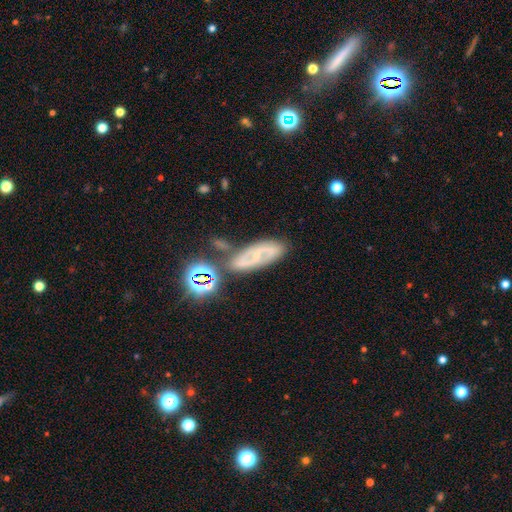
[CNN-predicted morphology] A featured or disk galaxy (58%) with no bar (49%), spiral arms (76%) and a small central bulge (63%). Merging: none (56%).